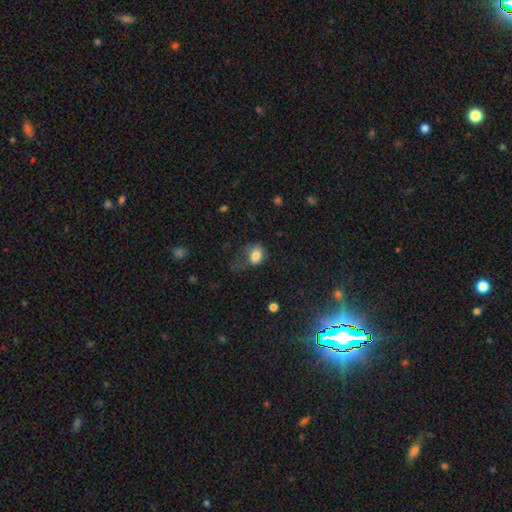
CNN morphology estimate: Smooth or featured? smooth (81%)
How rounded? in between (54%)
Merging? none (40%)